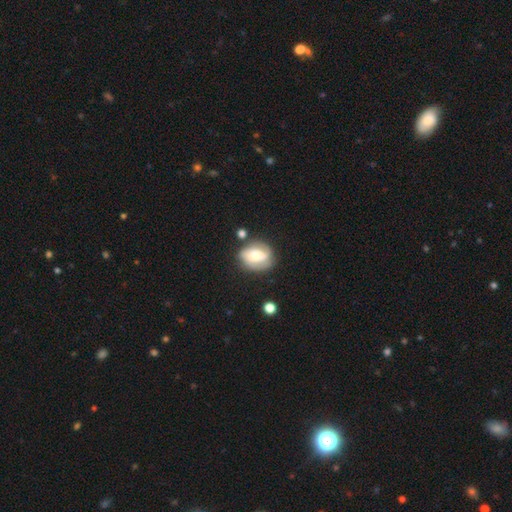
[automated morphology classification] featured or disk 57%, smooth 36%, star or artifact 7%. Down the decision tree: edge-on disk — no (96%); bar — no (45%); spiral arms — yes (78%); bulge size — moderate (58%); merging — none (66%).